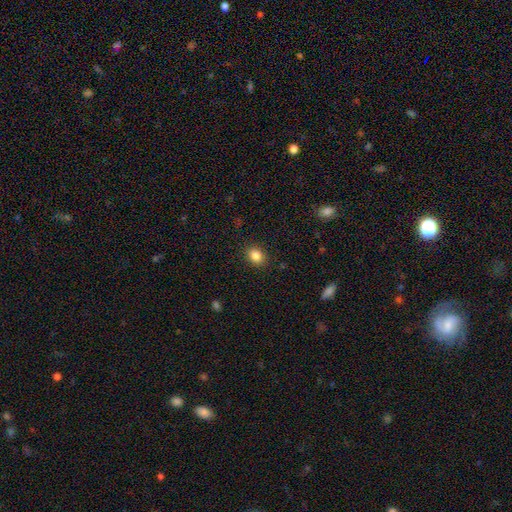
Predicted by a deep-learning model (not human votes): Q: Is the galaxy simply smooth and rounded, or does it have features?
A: smooth — 85%.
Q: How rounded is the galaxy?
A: in between — 52%.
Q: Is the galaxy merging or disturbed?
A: none — 89%.